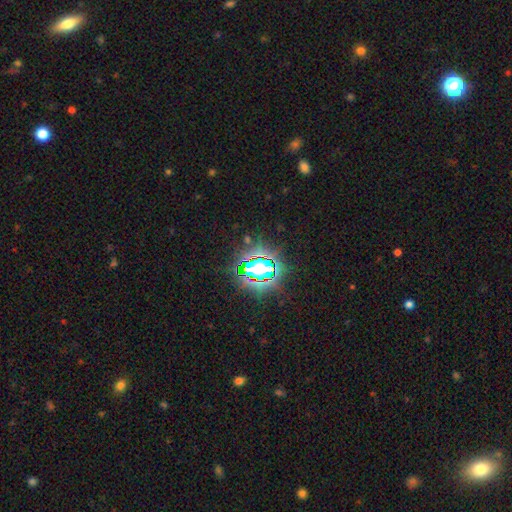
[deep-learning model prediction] Q: Smooth or featured?
A: star or artifact (83%); runner-up: smooth (10%)